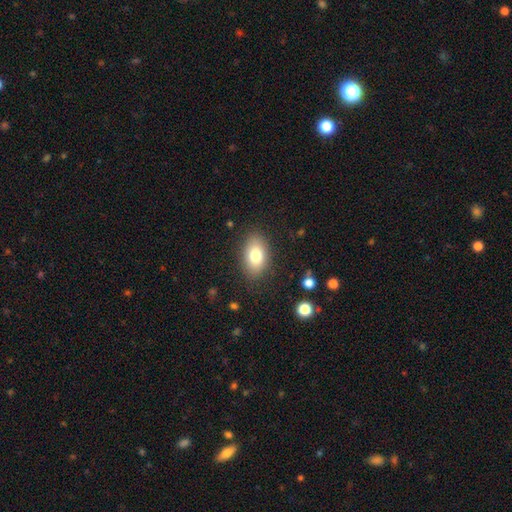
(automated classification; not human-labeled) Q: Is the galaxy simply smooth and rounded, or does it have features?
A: smooth — 79%.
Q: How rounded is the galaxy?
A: in between — 90%.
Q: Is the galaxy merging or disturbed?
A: none — 85%.